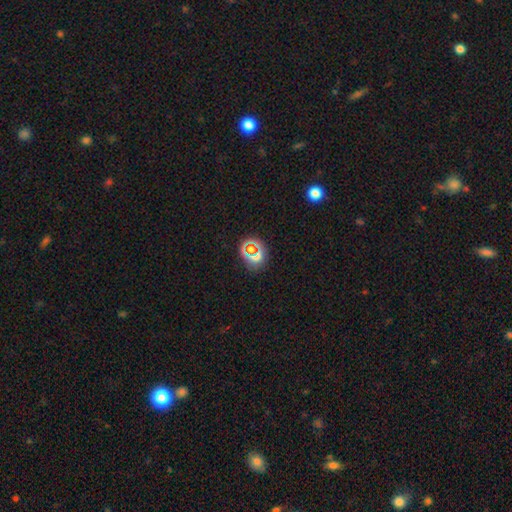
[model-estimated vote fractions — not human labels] Smooth or featured? Predicted: star or artifact (p=0.49).